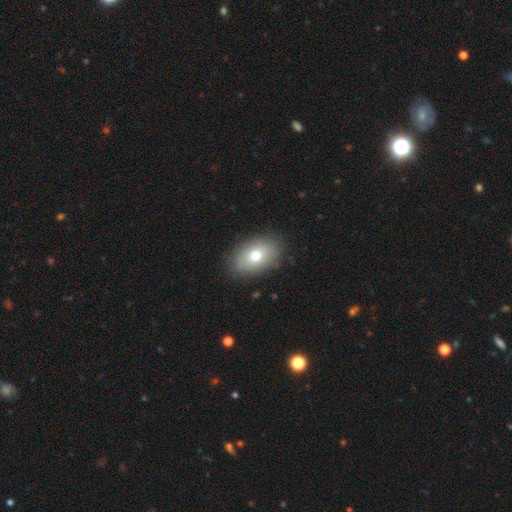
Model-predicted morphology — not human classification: Overall: smooth (73%). How rounded: in between (85%). Merging: none (86%).